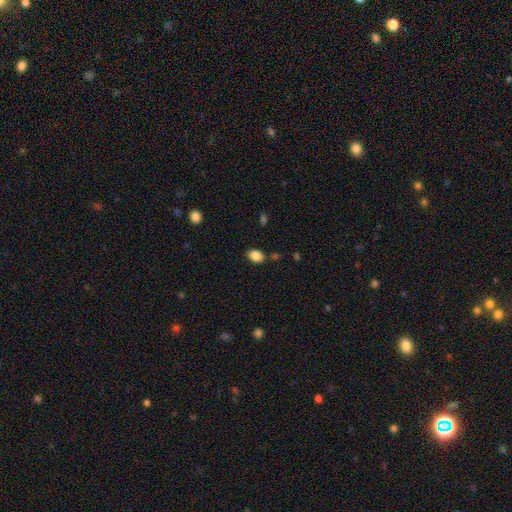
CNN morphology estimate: Overall: smooth (86%). How rounded: in between (68%; round 31%). Merging: none (81%).